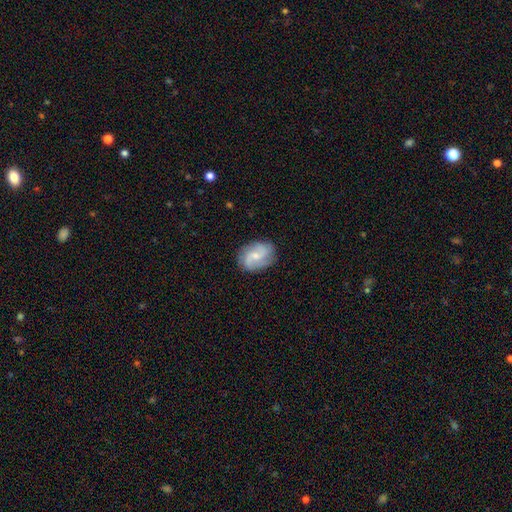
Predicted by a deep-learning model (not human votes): A featured or disk galaxy (70%) with no bar (53%), 2 (46%) medium (44%) spiral arms (94%) and a small central bulge (58%). Merging: none (80%).